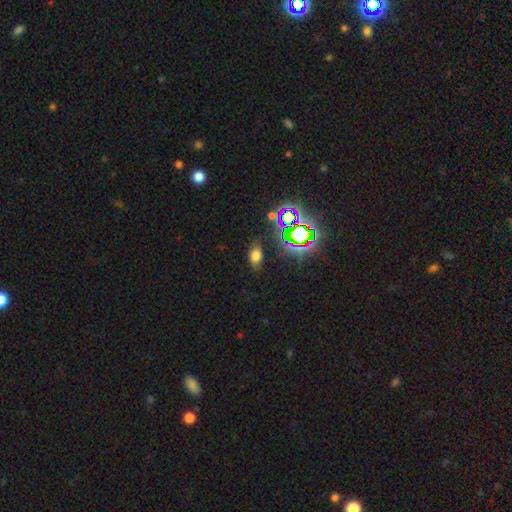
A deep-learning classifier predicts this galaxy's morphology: A smooth galaxy with no disk features (63%) that is in between round and cigar-shaped (84%).

Vote fractions:
- Smooth or featured? smooth: 63% / star or artifact: 27% / featured or disk: 10%
- How rounded? in between: 84% / round: 13% / cigar-shaped: 3%
- Merging? none: 80% / minor disturbance: 13% / major disturbance: 4% / merger: 2%